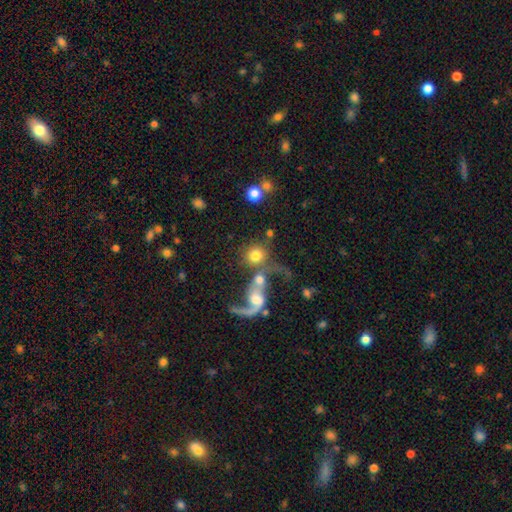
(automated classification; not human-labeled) smooth-or-featured: smooth: 69% | featured or disk: 22% | star or artifact: 9%
  how-rounded: round: 86% | in between: 12% | cigar-shaped: 2%
  merging: merger: 43% | none: 37% | major disturbance: 11% | minor disturbance: 8%